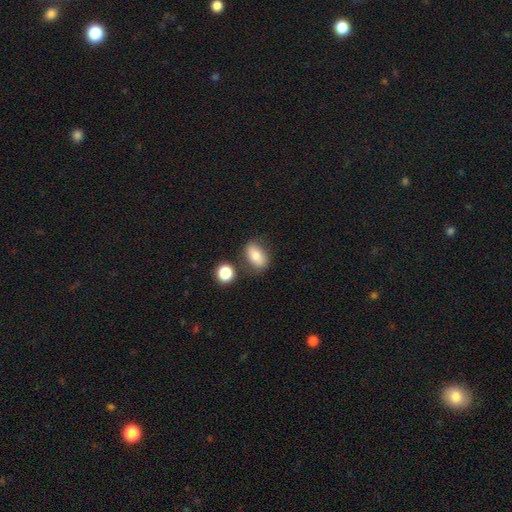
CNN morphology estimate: A smooth galaxy with no disk features (76%) that is in between round and cigar-shaped (82%). Merging: none (74%).